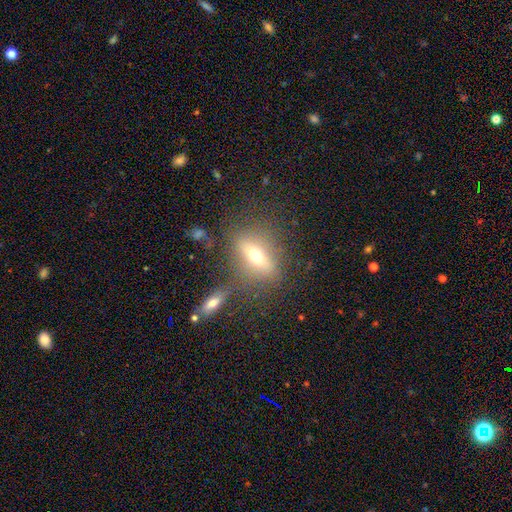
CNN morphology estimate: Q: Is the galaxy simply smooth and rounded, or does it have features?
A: smooth — 48%.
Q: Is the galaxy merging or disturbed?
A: none — 69%.